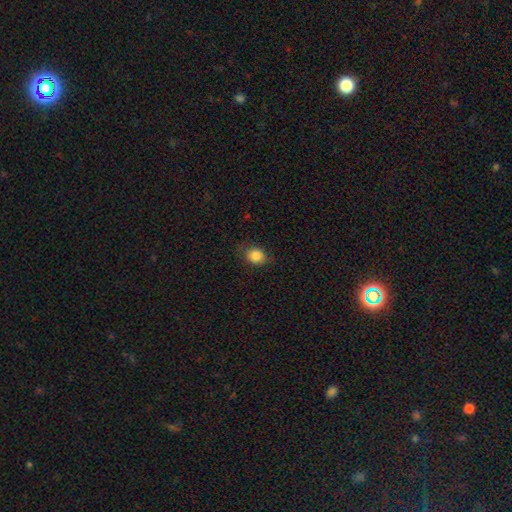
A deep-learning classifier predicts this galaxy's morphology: A smooth galaxy with no disk features (85%) that is round (62%).

Vote fractions:
- Smooth or featured? smooth: 85% / star or artifact: 10% / featured or disk: 5%
- How rounded? round: 62% / in between: 37% / cigar-shaped: 1%
- Merging? none: 81% / minor disturbance: 14% / major disturbance: 4% / merger: 1%